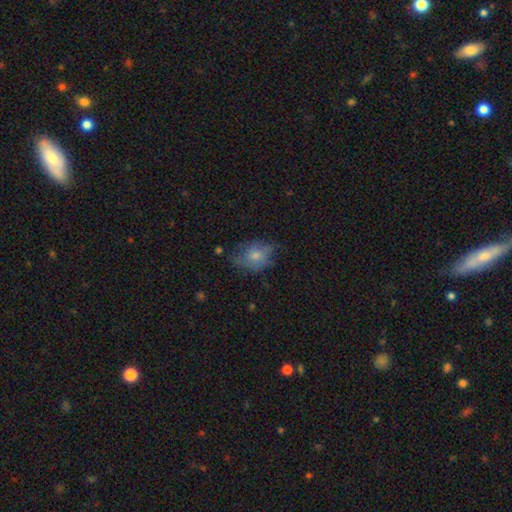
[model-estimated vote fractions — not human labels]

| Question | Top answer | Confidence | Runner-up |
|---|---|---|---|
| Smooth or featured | smooth | 67% | featured or disk (24%) |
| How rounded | in between | 67% | round (31%) |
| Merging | none | 51% | minor disturbance (32%) |